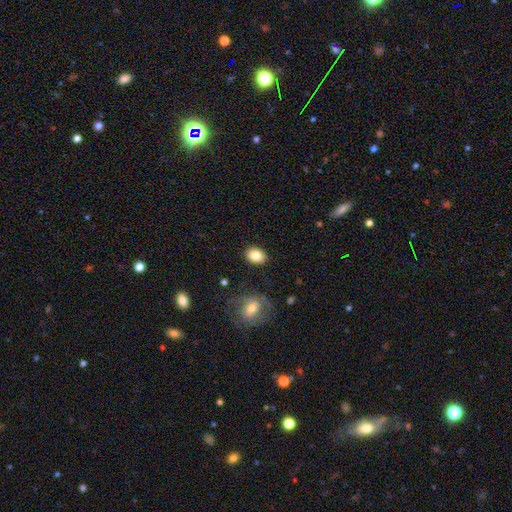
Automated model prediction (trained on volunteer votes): The model was most divided on "how rounded": in between: 72%, round: 27%, cigar-shaped: 1%. More confident: merging — none (87%); smooth or featured — smooth (82%).